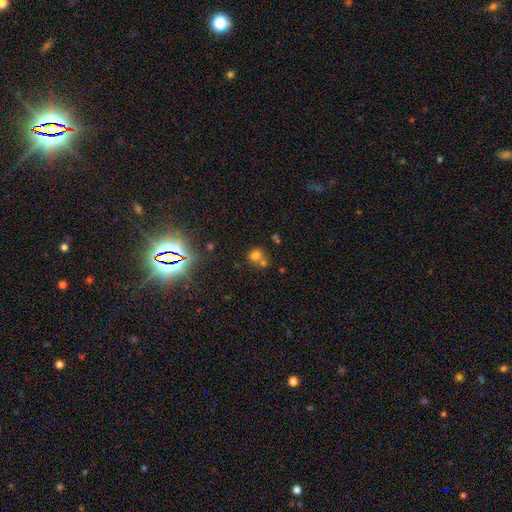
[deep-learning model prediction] Q: Smooth or featured?
A: smooth (61%); runner-up: star or artifact (27%)
Q: How rounded?
A: round (77%); runner-up: in between (22%)
Q: Merging?
A: none (48%); runner-up: merger (39%)